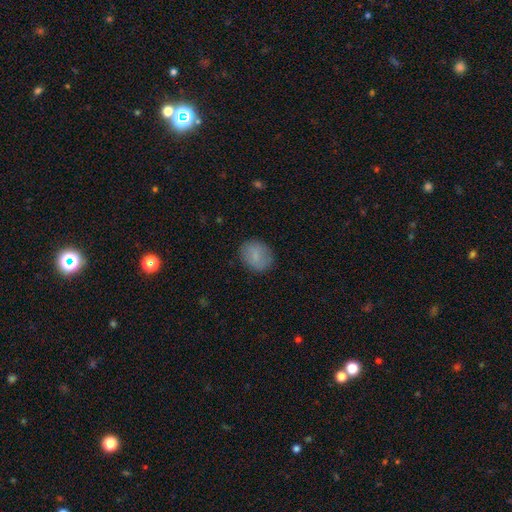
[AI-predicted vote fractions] smooth_or_featured: smooth (p=0.82) [alt: featured or disk p=0.10]
how_rounded: round (p=0.59) [alt: in between p=0.40]
merging: none (p=0.84) [alt: minor disturbance p=0.12]